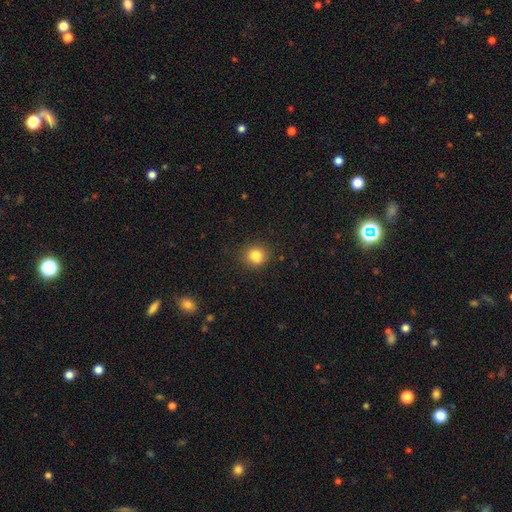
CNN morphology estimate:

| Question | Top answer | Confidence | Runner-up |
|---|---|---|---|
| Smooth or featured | smooth | 83% | star or artifact (11%) |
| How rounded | round | 84% | in between (15%) |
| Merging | none | 87% | minor disturbance (9%) |